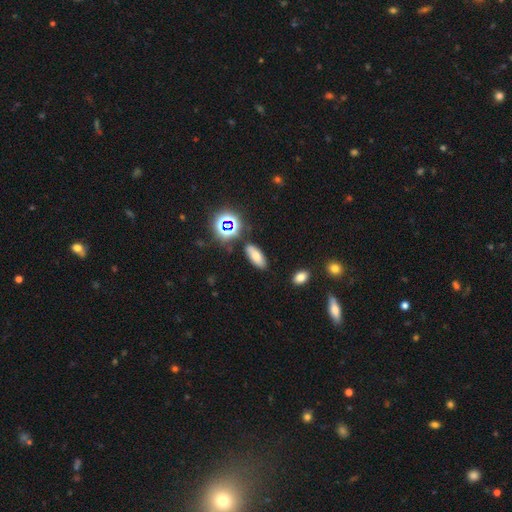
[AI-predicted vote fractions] This is likely a smooth galaxy (66%). How rounded: likely in between (77%). Merging: clearly none (82%).